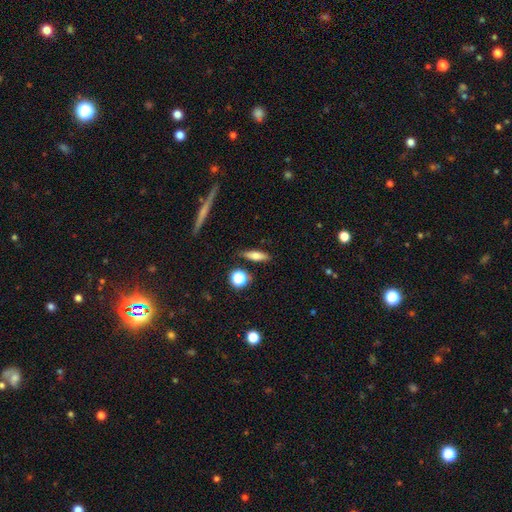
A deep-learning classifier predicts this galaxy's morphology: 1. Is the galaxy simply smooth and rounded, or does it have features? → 69% smooth, 21% featured or disk, 10% star or artifact.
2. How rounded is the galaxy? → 51% cigar-shaped, 44% in between, 5% round.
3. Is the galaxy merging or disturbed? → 84% none, 11% minor disturbance, 3% merger, 3% major disturbance.